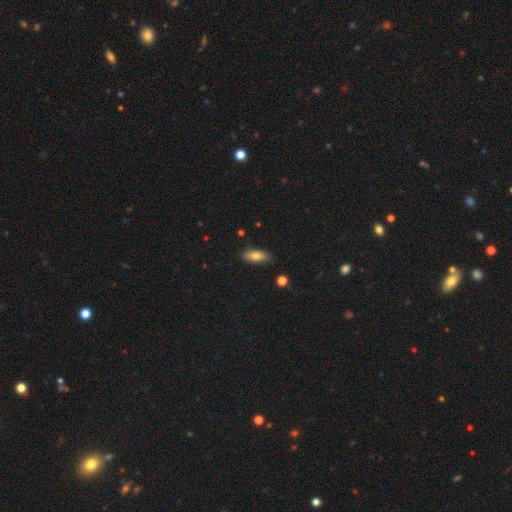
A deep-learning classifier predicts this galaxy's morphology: Smooth or featured?
  - smooth: 76% *
  - featured or disk: 16%
  - star or artifact: 8%
How rounded?
  - in between: 75% *
  - cigar-shaped: 22%
  - round: 3%
Merging?
  - none: 81% *
  - minor disturbance: 15%
  - major disturbance: 2%
  - merger: 2%